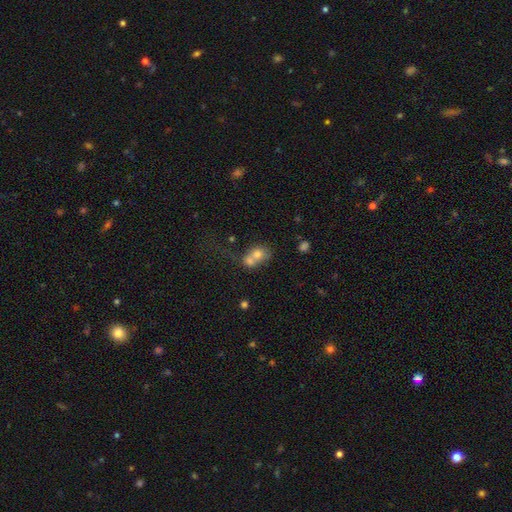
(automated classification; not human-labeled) A smooth galaxy with no disk features (68%) that is round (58%). Merging: merger (69%).